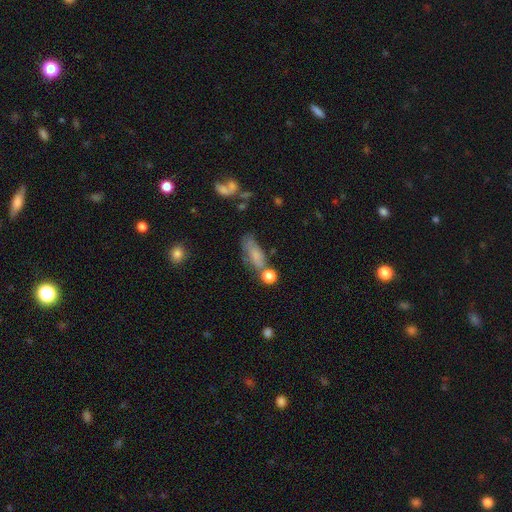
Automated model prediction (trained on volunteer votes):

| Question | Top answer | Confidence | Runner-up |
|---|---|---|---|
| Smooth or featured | smooth | 67% | featured or disk (21%) |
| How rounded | in between | 66% | cigar-shaped (27%) |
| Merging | none | 40% | minor disturbance (23%) |